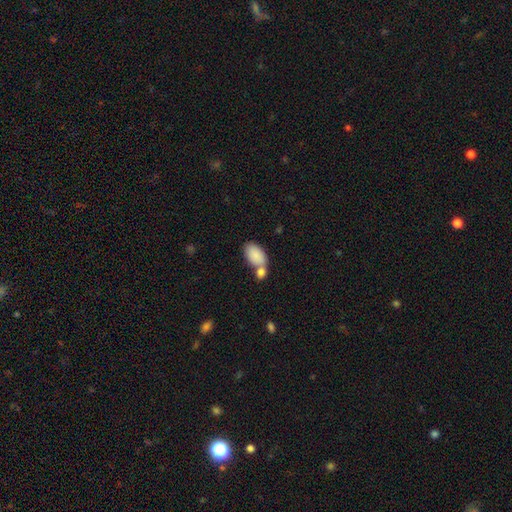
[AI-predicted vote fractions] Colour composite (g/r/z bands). It shows a smooth galaxy with no disk features (87%) that is in between round and cigar-shaped (94%). Merging: none (45%).